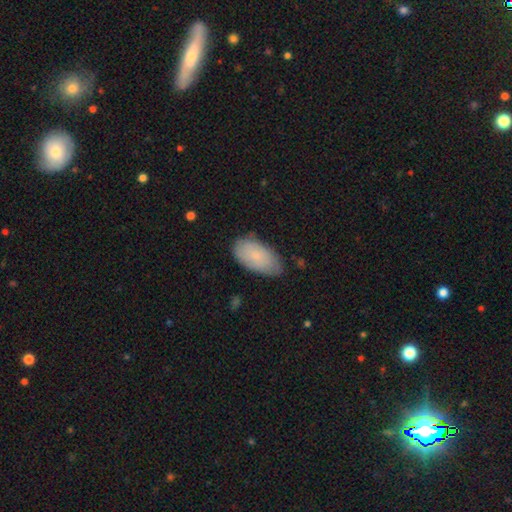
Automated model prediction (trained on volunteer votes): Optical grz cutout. It shows a smooth galaxy with no disk features (74%) that is in between round and cigar-shaped (94%). Merging: none (69%).